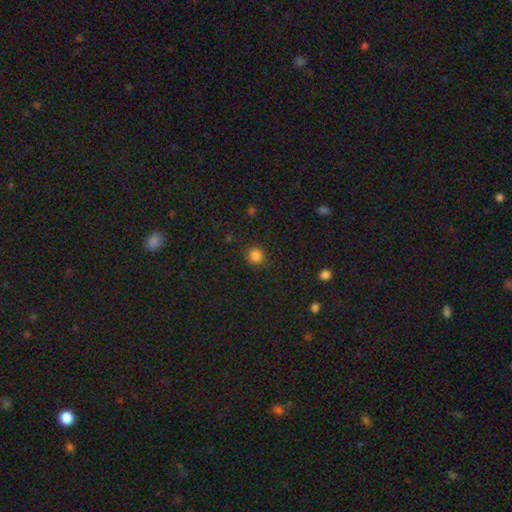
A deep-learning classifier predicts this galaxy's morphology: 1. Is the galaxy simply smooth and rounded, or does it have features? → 84% smooth, 13% star or artifact, 4% featured or disk.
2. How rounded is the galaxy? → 90% round, 9% in between, 1% cigar-shaped.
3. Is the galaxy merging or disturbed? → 89% none, 7% minor disturbance, 3% major disturbance, 1% merger.